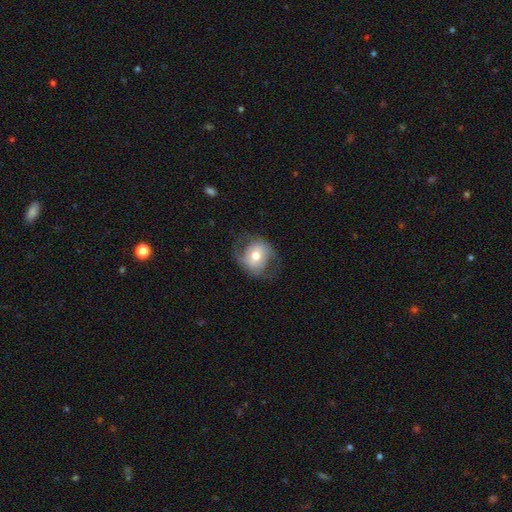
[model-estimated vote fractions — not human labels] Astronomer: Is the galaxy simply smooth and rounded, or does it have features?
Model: smooth — 52% (runner-up: featured or disk, 41%).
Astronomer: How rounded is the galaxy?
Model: round — 69%.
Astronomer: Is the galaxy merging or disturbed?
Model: none — 65%.